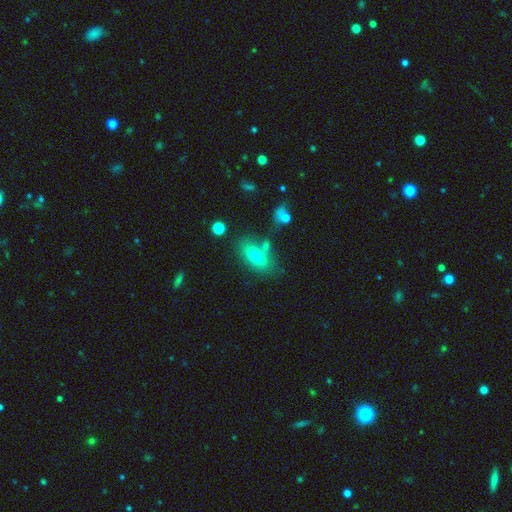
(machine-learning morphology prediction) Smooth or featured? Predicted: smooth (p=0.71). How rounded? Predicted: in between (p=0.82). Merging? Predicted: none (p=0.60).